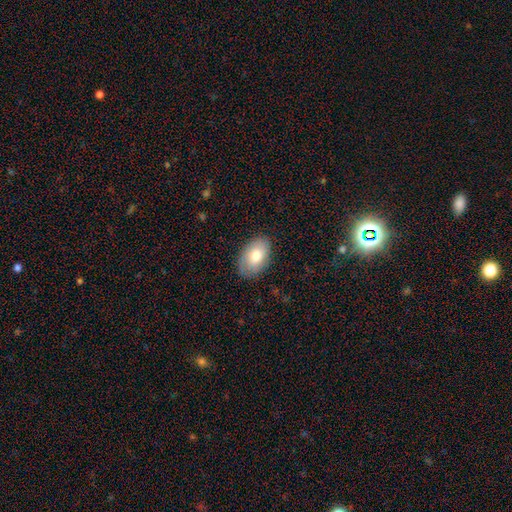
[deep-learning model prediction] smooth 75%, featured or disk 18%, star or artifact 6%. Down the decision tree: how rounded — in between (92%); merging — none (84%).